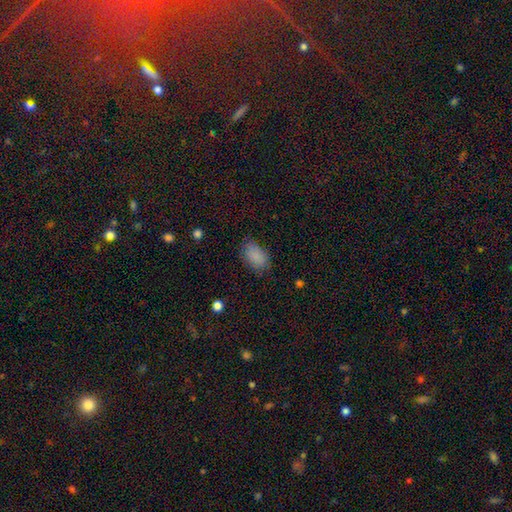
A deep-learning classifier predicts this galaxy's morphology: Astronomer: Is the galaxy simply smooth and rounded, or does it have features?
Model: smooth — 87%.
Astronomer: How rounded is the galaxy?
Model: in between — 90%.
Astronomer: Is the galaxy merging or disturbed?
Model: none — 76%.